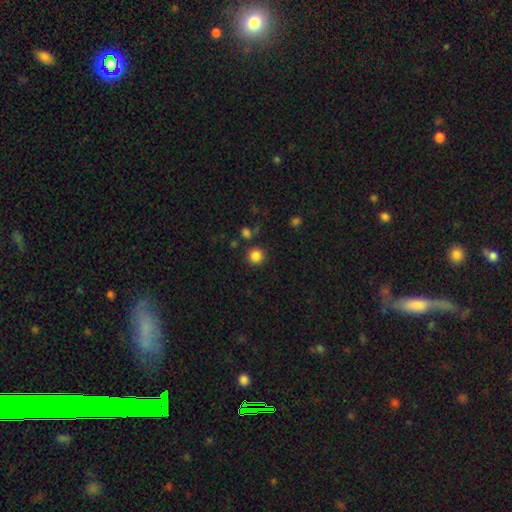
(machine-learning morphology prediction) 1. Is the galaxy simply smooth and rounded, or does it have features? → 85% smooth, 11% star or artifact, 4% featured or disk.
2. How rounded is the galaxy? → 95% round, 4% in between, 1% cigar-shaped.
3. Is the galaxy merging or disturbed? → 87% none, 6% minor disturbance, 4% merger, 3% major disturbance.